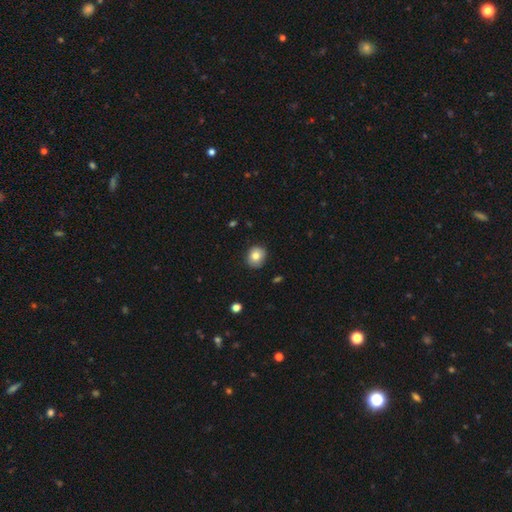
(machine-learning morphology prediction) Smooth or featured: smooth — 81% (featured or disk — 10%)
How rounded: round — 77% (in between — 22%)
Merging: none — 85% (minor disturbance — 12%)